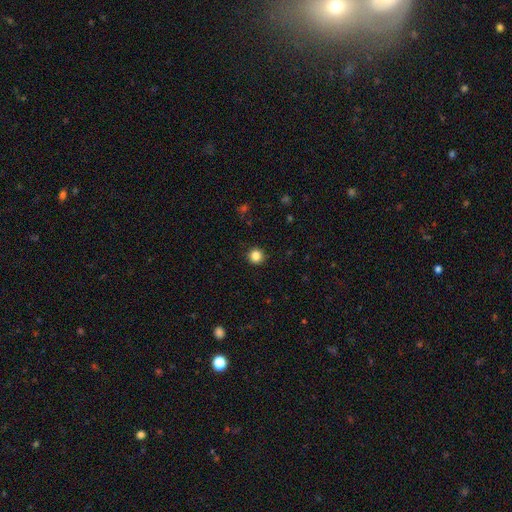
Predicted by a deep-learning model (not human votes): smooth_or_featured: smooth (p=0.85) [alt: star or artifact p=0.11]
how_rounded: round (p=0.95) [alt: in between p=0.04]
merging: none (p=0.92) [alt: minor disturbance p=0.05]